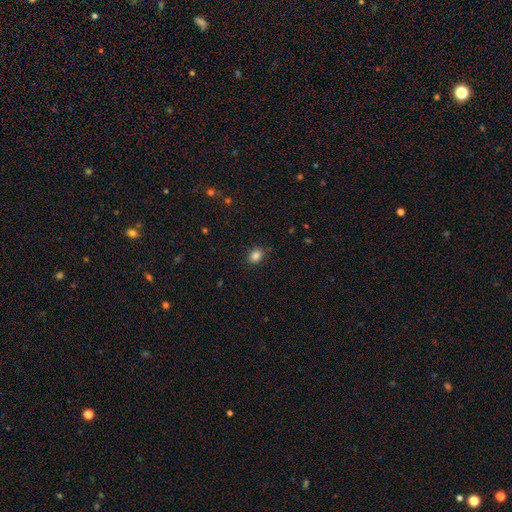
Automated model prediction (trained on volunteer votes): Morphology: type=smooth (85%); roundness=in between (56%); merging=none (86%).